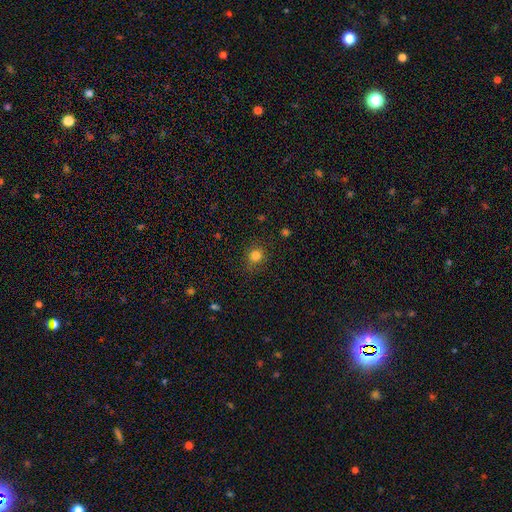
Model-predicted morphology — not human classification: This appears to be a smooth galaxy with no disk features (82%) that is round (84%). Merging: none (83%).